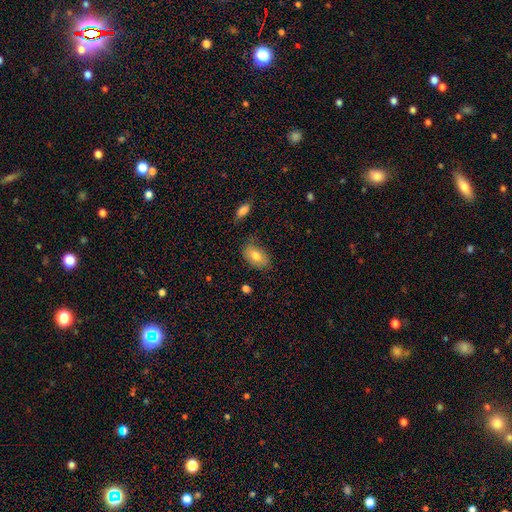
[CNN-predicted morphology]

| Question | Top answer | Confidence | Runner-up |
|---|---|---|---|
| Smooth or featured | smooth | 77% | featured or disk (16%) |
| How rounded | in between | 90% | round (8%) |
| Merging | none | 71% | minor disturbance (22%) |